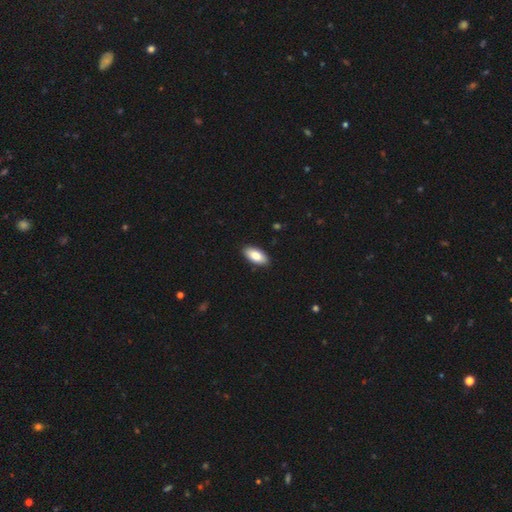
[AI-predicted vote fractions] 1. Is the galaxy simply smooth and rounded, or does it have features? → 84% smooth, 10% featured or disk, 6% star or artifact.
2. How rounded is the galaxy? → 91% in between, 7% cigar-shaped, 2% round.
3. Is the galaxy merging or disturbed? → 89% none, 8% minor disturbance, 2% major disturbance, 1% merger.